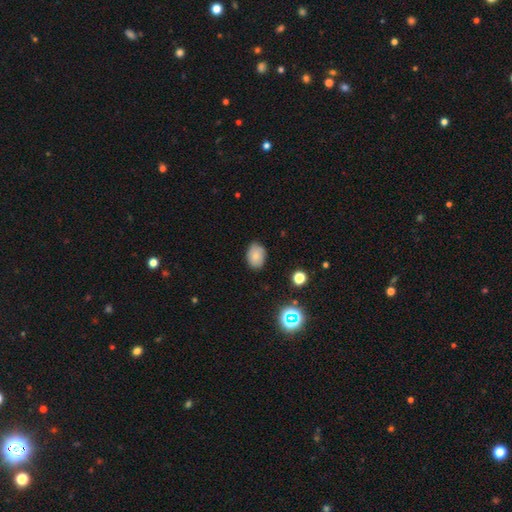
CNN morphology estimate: Smooth or featured?
  - smooth: 75% *
  - featured or disk: 13%
  - star or artifact: 12%
How rounded?
  - in between: 73% *
  - round: 26%
  - cigar-shaped: 1%
Merging?
  - none: 79% *
  - minor disturbance: 17%
  - major disturbance: 3%
  - merger: 1%